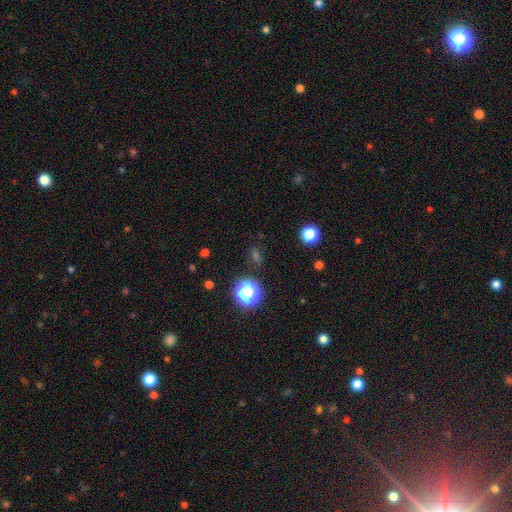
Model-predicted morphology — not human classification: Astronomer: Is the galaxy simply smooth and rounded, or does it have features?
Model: star or artifact — 48% (runner-up: smooth, 43%).